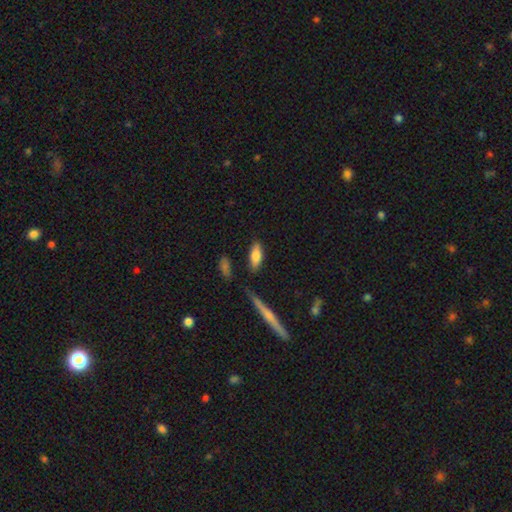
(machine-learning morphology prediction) This is likely a smooth galaxy (78%). How rounded: likely in between (73%). Merging: likely none (78%).